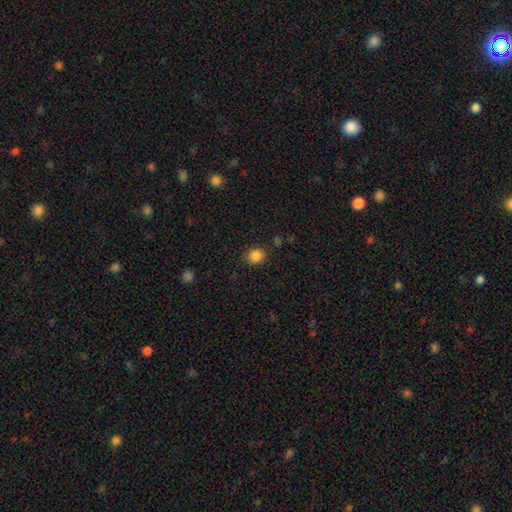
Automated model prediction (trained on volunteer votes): smooth_or_featured: smooth (p=0.85) [alt: star or artifact p=0.11]
how_rounded: round (p=0.84) [alt: in between p=0.15]
merging: none (p=0.86) [alt: minor disturbance p=0.09]